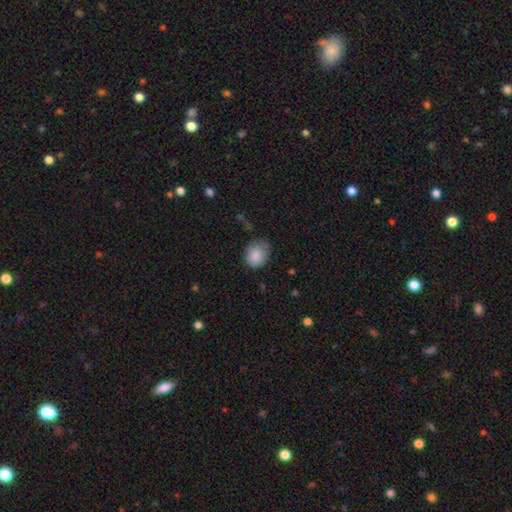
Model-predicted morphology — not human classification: smooth-or-featured: smooth: 85% | star or artifact: 8% | featured or disk: 7%
  how-rounded: round: 59% | in between: 40% | cigar-shaped: 1%
  merging: none: 57% | minor disturbance: 32% | major disturbance: 9% | merger: 2%